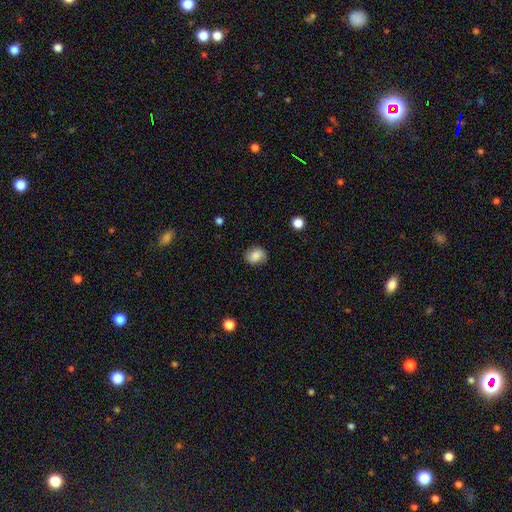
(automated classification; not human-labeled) A smooth galaxy with no disk features (76%) that is round (57%).

Vote fractions:
- Smooth or featured? smooth: 76% / featured or disk: 15% / star or artifact: 9%
- How rounded? round: 57% / in between: 42% / cigar-shaped: 1%
- Merging? none: 76% / minor disturbance: 18% / major disturbance: 5% / merger: 1%